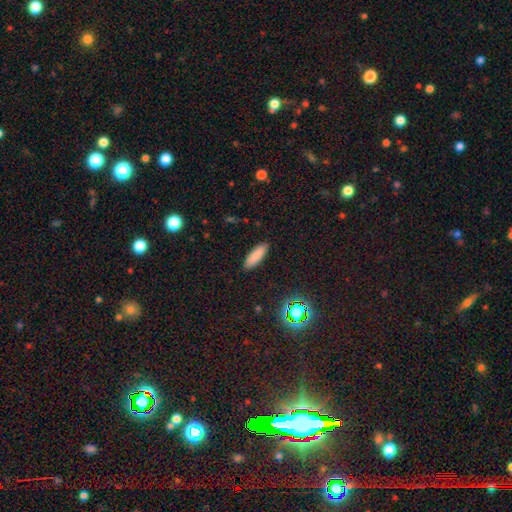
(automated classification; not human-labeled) A smooth galaxy with no disk features (85%) that is in between round and cigar-shaped (56%). Merging: none (90%).